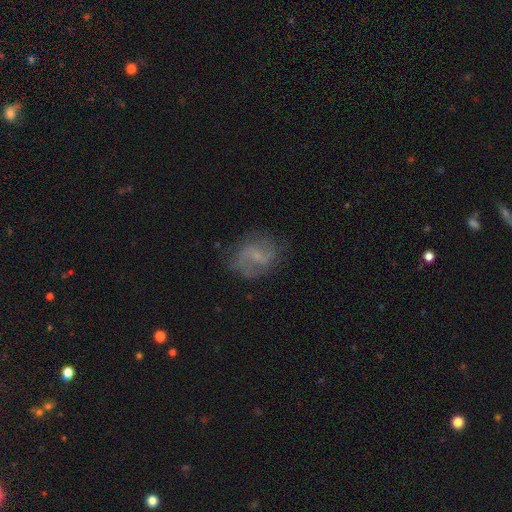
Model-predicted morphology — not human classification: Smooth or featured: featured or disk — 70% (smooth — 21%)
Edge-on disk: no — 97% (yes — 3%)
Bar: weak — 54% (no — 31%)
Spiral arms: yes — 88% (no — 12%)
Spiral winding: medium — 45% (loose — 40%)
Spiral arm count: 2 — 82% (can't tell — 10%)
Bulge size: small — 63% (none — 19%)
Merging: none — 73% (minor disturbance — 17%)